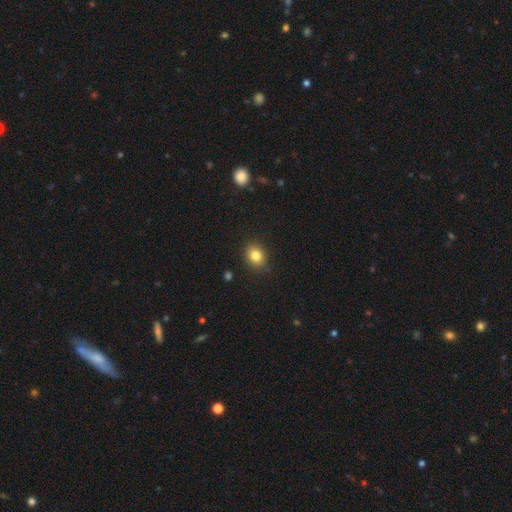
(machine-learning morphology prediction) Smooth or featured?
  - smooth: 82% *
  - star or artifact: 11%
  - featured or disk: 7%
How rounded?
  - round: 51% *
  - in between: 48%
  - cigar-shaped: 1%
Merging?
  - none: 88% *
  - minor disturbance: 9%
  - major disturbance: 2%
  - merger: 1%